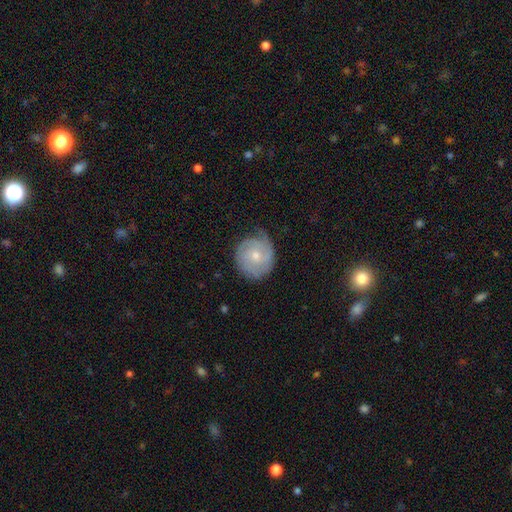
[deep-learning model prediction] A featured or disk galaxy (68%) with no bar (70%), tight (66%) spiral arms (91%) and a small central bulge (53%). Merging: none (69%).